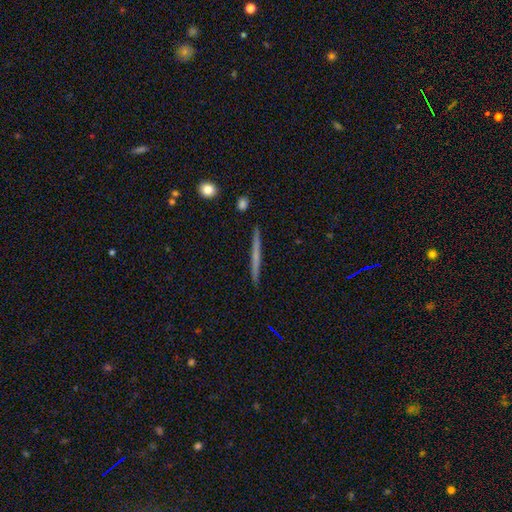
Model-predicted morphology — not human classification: Smooth or featured: featured or disk — 51% (smooth — 43%)
Edge-on disk: yes — 97% (no — 3%)
Merging: none — 92% (minor disturbance — 6%)